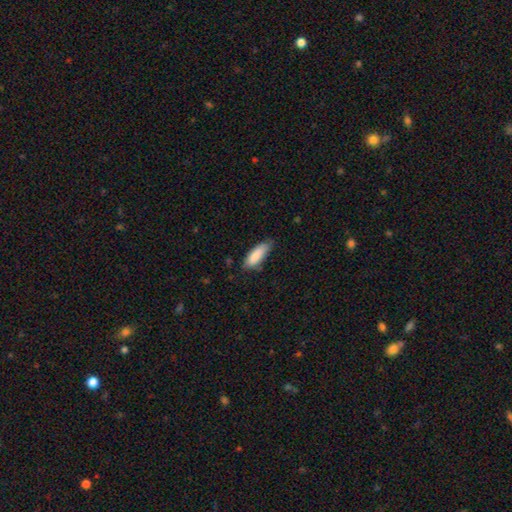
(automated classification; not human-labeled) A smooth galaxy with no disk features (86%) that is in between round and cigar-shaped (66%).

Vote fractions:
- Smooth or featured? smooth: 86% / featured or disk: 8% / star or artifact: 6%
- How rounded? in between: 66% / cigar-shaped: 32% / round: 2%
- Merging? none: 67% / minor disturbance: 27% / major disturbance: 4% / merger: 2%